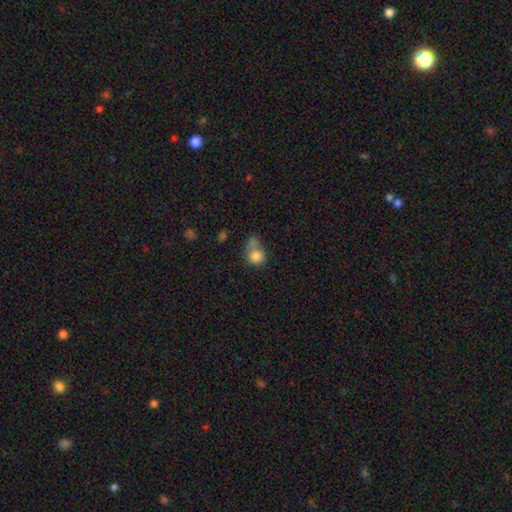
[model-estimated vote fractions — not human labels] This is likely a smooth galaxy (80%). How rounded: likely round (67%). Merging: marginally merger (38%).